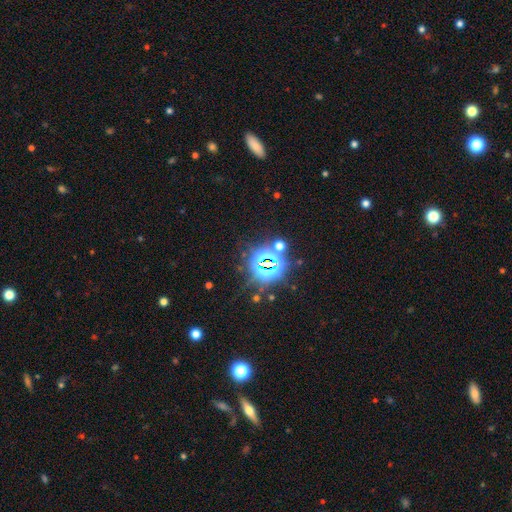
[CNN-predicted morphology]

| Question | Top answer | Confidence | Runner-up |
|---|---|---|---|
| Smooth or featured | star or artifact | 82% | smooth (11%) |